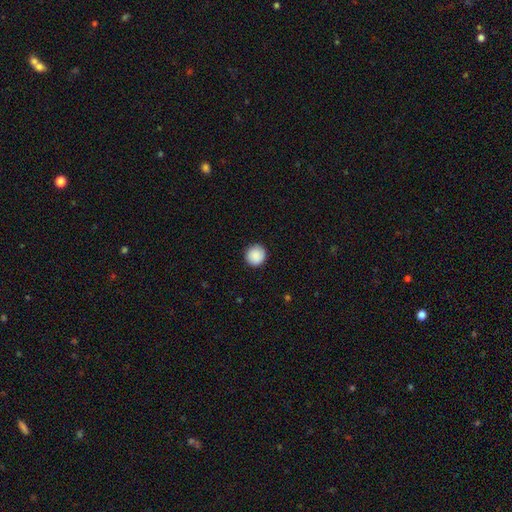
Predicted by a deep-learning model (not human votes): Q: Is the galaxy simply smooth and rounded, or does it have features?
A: smooth — 90%.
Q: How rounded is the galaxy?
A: round — 94%.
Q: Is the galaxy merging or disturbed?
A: none — 91%.